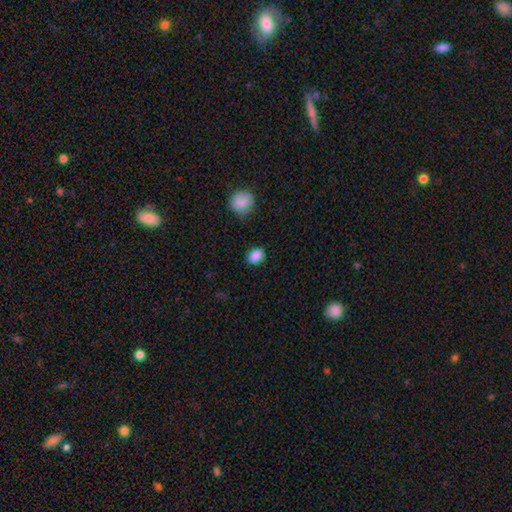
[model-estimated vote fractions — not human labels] Smooth or featured? smooth (88%)
How rounded? in between (65%)
Merging? none (86%)